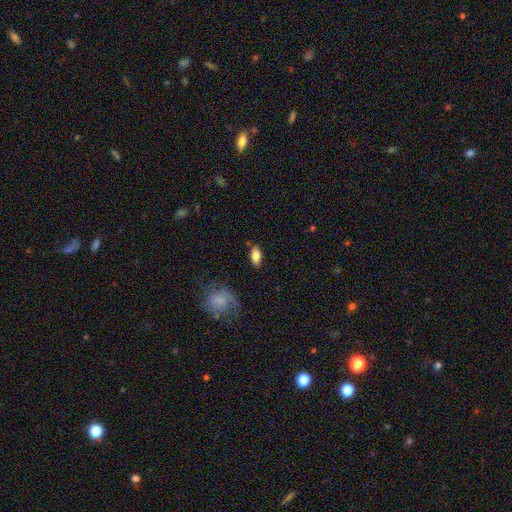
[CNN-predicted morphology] Q: Smooth or featured?
A: smooth (72%); runner-up: featured or disk (21%)
Q: How rounded?
A: in between (86%); runner-up: cigar-shaped (10%)
Q: Merging?
A: none (84%); runner-up: minor disturbance (11%)